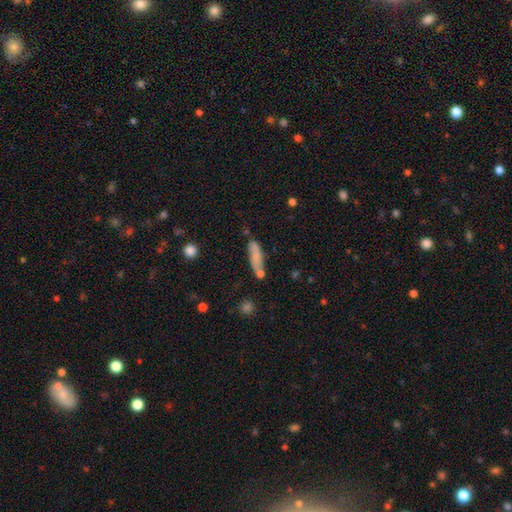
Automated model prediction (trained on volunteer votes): A smooth galaxy with no disk features (76%) that is cigar-shaped (66%). Merging: none (62%).